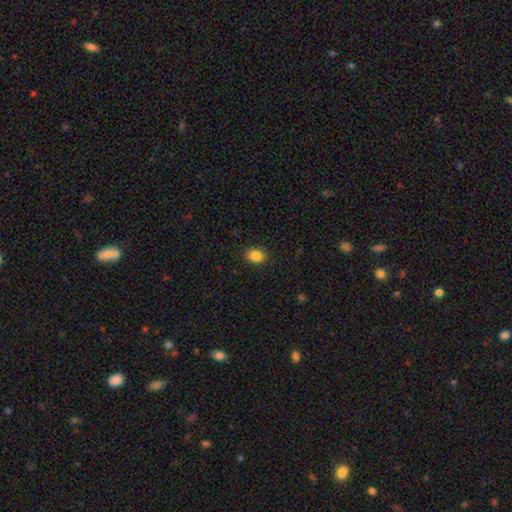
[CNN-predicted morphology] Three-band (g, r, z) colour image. It shows a smooth galaxy with no disk features (85%) that is in between round and cigar-shaped (50%, tied with round). Merging: none (89%).